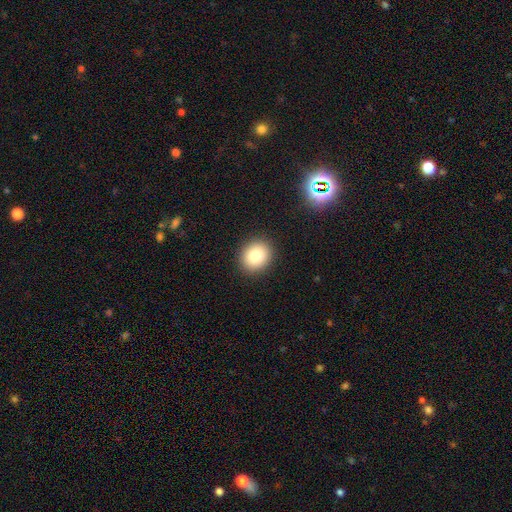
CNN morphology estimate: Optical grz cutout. It shows a smooth galaxy with no disk features (81%) that is round (70%). Merging: none (90%).